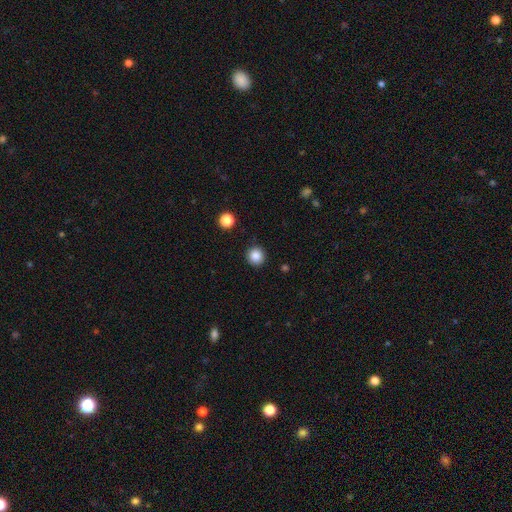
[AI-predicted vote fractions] Smooth or featured? Predicted: smooth (p=0.86). How rounded? Predicted: round (p=0.93). Merging? Predicted: none (p=0.91).